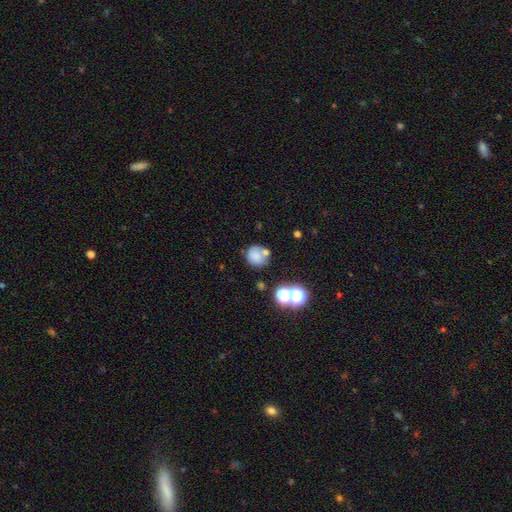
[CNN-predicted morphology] Overall: smooth (74%). How rounded: round (86%). Merging: none (60%).